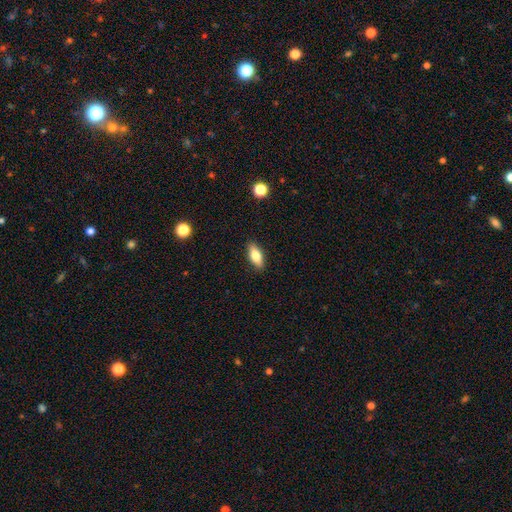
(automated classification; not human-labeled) A smooth galaxy with no disk features (77%) that is in between round and cigar-shaped (80%). Merging: none (89%).